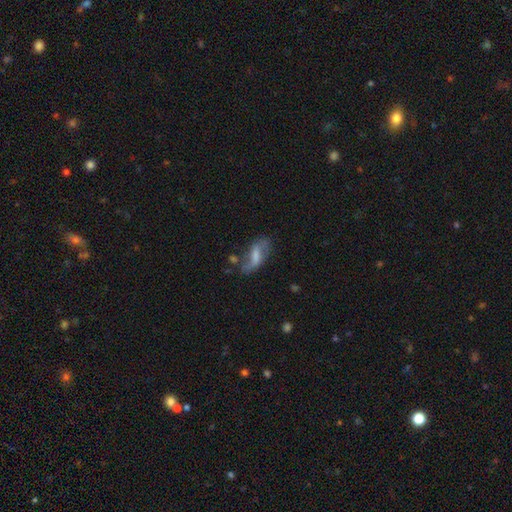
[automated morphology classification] The model was most divided on "smooth or featured": featured or disk: 54%, smooth: 37%, star or artifact: 9%. Remaining: edge-on disk — no (90%); merging — none (49%).